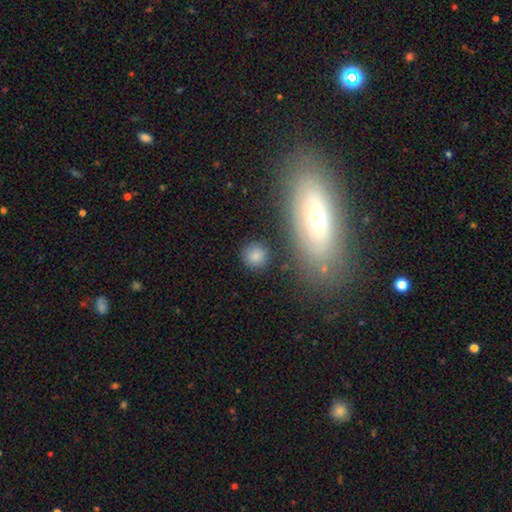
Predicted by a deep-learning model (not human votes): Smooth or featured? smooth (82%)
How rounded? round (90%)
Merging? none (86%)